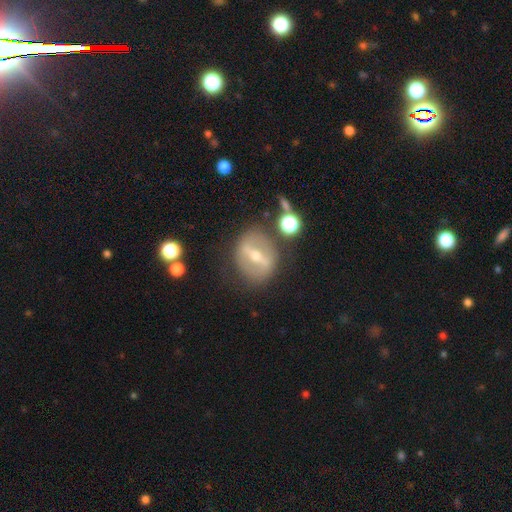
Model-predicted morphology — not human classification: smooth-or-featured: featured or disk: 72% | smooth: 20% | star or artifact: 8%
  disk-edge-on: no: 84% | yes: 16%
    bar: strong: 77% | weak: 17% | no: 7%
    has-spiral-arms: no: 75% | yes: 25%
    bulge-size: moderate: 50% | small: 46% | large: 2% | none: 1% | dominant: 1%
  merging: none: 78% | minor disturbance: 12% | major disturbance: 6% | merger: 3%